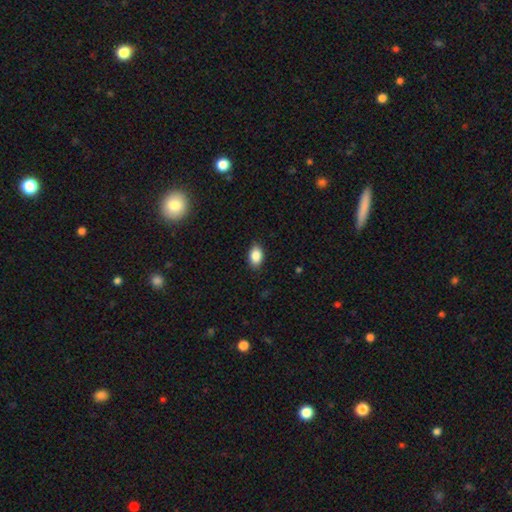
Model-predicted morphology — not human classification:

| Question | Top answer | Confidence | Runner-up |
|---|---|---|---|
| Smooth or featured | smooth | 88% | star or artifact (8%) |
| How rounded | in between | 88% | round (11%) |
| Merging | none | 86% | minor disturbance (11%) |